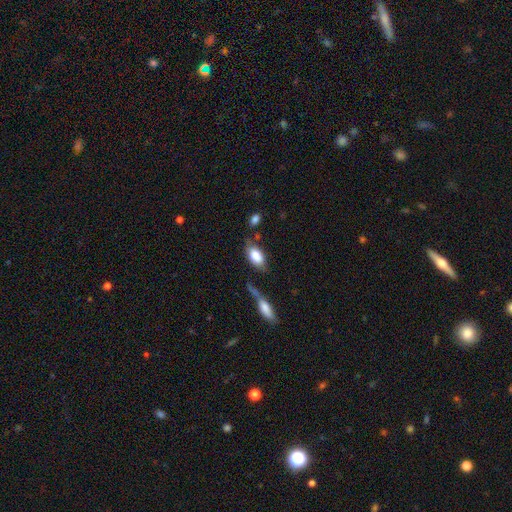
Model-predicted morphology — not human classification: A smooth galaxy with no disk features (82%) that is in between round and cigar-shaped (92%).

Vote fractions:
- Smooth or featured? smooth: 82% / featured or disk: 11% / star or artifact: 6%
- How rounded? in between: 92% / round: 5% / cigar-shaped: 3%
- Merging? none: 55% / minor disturbance: 21% / merger: 16% / major disturbance: 8%